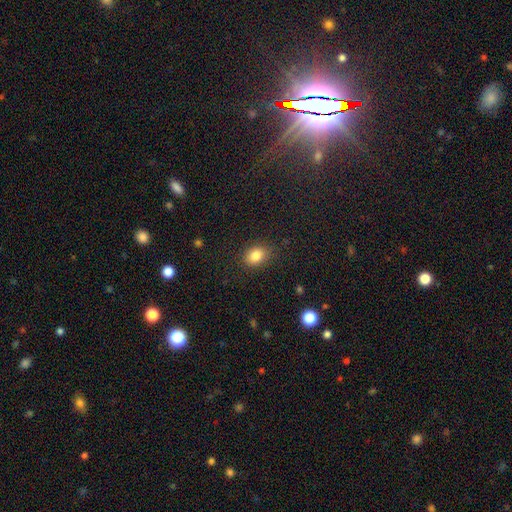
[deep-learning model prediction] smooth 84%, star or artifact 10%, featured or disk 7%. Down the decision tree: how rounded — in between (67%); merging — none (85%).